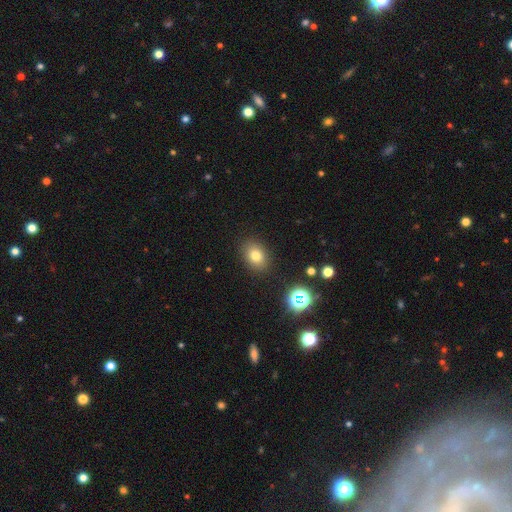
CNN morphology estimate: A smooth galaxy with no disk features (77%) that is in between round and cigar-shaped (64%). Merging: none (87%).